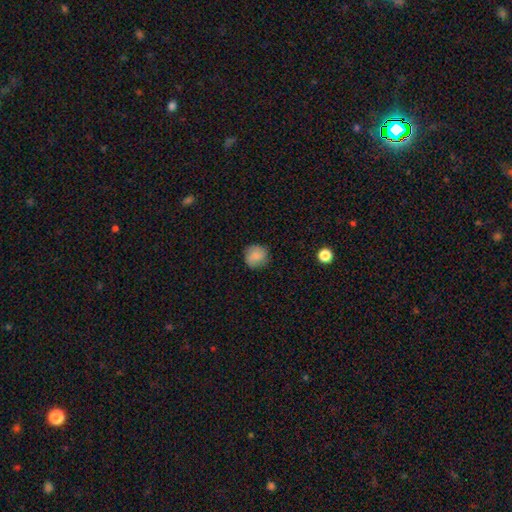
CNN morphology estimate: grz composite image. It shows a smooth galaxy with no disk features (86%) that is round (90%). Merging: none (84%).